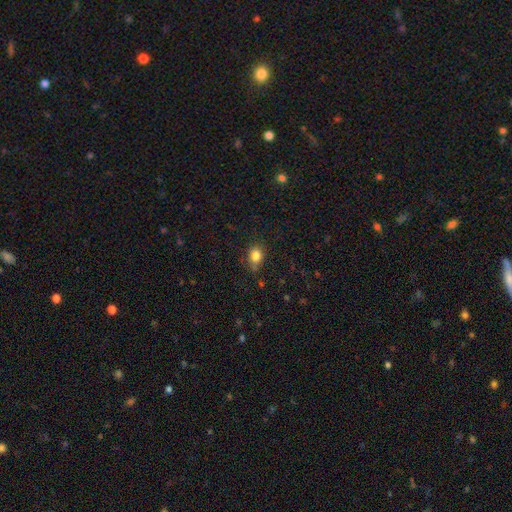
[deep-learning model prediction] smooth-or-featured: smooth: 82% | star or artifact: 11% | featured or disk: 6%
  how-rounded: round: 50% | in between: 49% | cigar-shaped: 1%
  merging: none: 67% | minor disturbance: 24% | major disturbance: 5% | merger: 3%